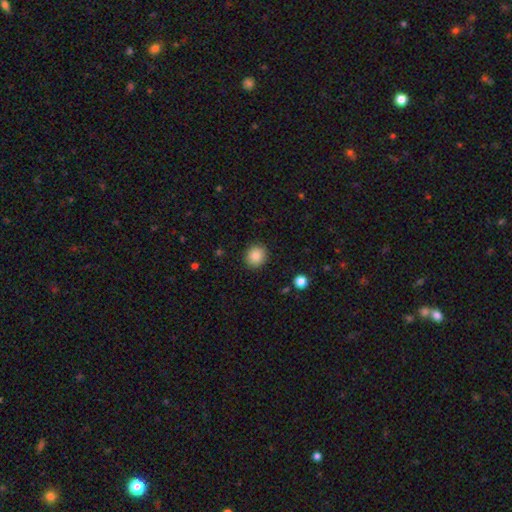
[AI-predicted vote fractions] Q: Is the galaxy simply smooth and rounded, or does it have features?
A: smooth — 87%.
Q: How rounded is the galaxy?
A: round — 80%.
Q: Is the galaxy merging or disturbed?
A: none — 90%.